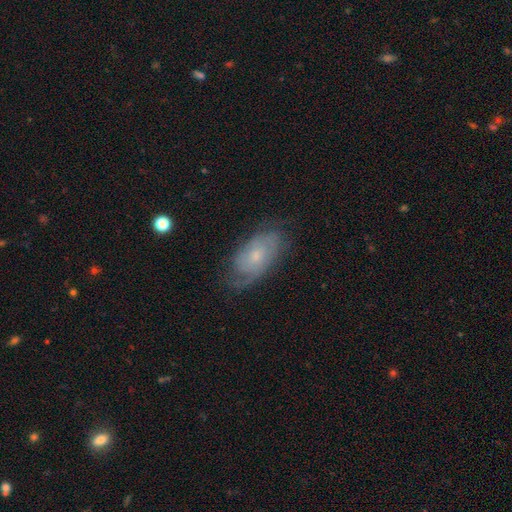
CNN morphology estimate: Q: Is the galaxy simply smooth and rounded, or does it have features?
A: featured or disk — 67%.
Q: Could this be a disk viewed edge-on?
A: no — 94%.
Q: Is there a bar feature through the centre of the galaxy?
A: no — 76%.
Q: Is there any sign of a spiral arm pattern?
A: yes — 88%.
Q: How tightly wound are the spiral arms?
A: tight — 55%.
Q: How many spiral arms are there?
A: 2 — 42%.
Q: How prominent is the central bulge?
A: small — 58%.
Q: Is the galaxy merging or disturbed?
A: none — 70%.